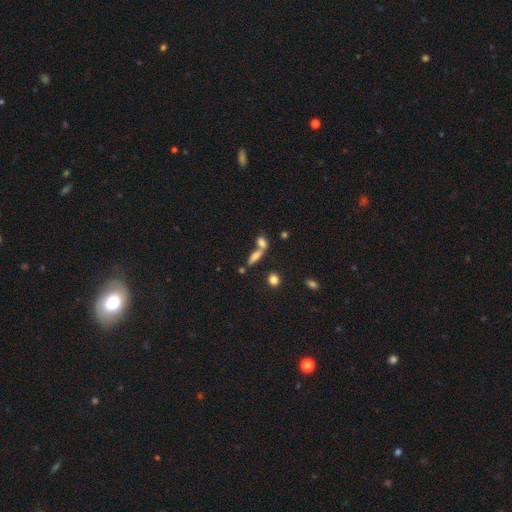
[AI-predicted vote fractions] Smooth or featured? Predicted: smooth (p=0.68). How rounded? Predicted: cigar-shaped (p=0.47, tied with in between). Merging? Predicted: merger (p=0.45).